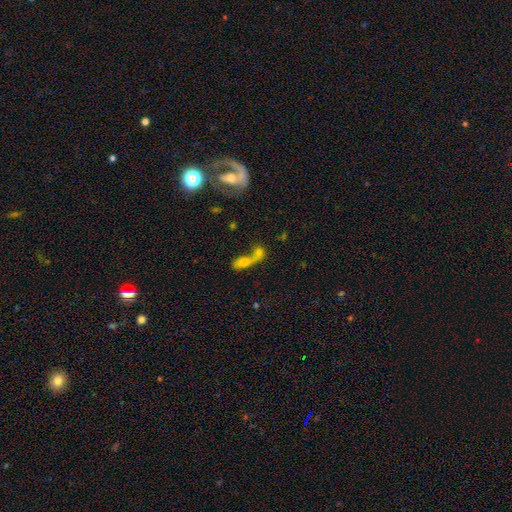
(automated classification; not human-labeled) This is possibly a smooth galaxy (56%). How rounded: possibly in between (57%). Merging: likely merger (66%).